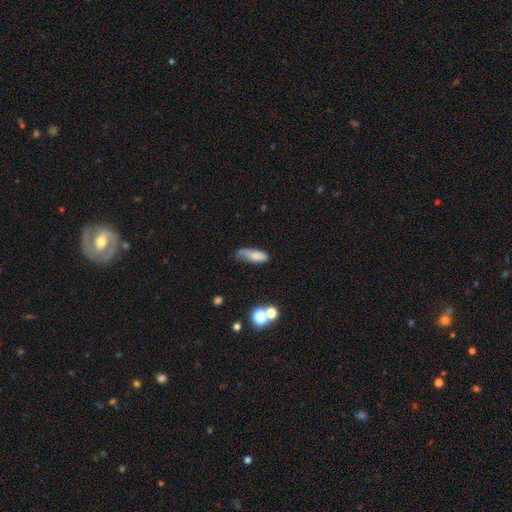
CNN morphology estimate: Overall: smooth (75%). How rounded: in between (62%; cigar-shaped 35%). Merging: none (41%; minor disturbance 38%).